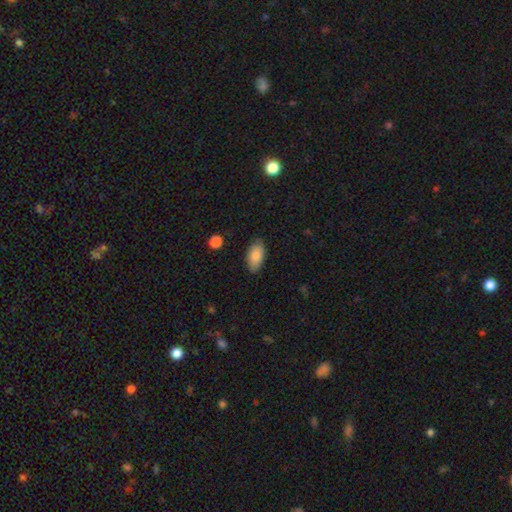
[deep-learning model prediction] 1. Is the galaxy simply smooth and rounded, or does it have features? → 84% smooth, 10% featured or disk, 6% star or artifact.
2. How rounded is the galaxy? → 94% in between, 3% cigar-shaped, 3% round.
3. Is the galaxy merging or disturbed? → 80% none, 16% minor disturbance, 3% major disturbance, 1% merger.